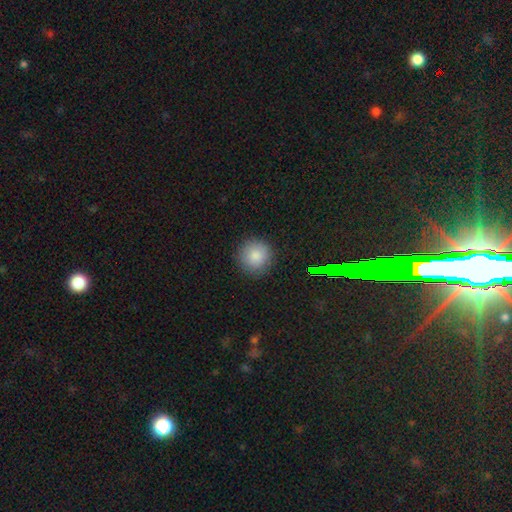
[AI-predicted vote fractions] Smooth or featured? smooth (85%)
How rounded? round (94%)
Merging? none (89%)